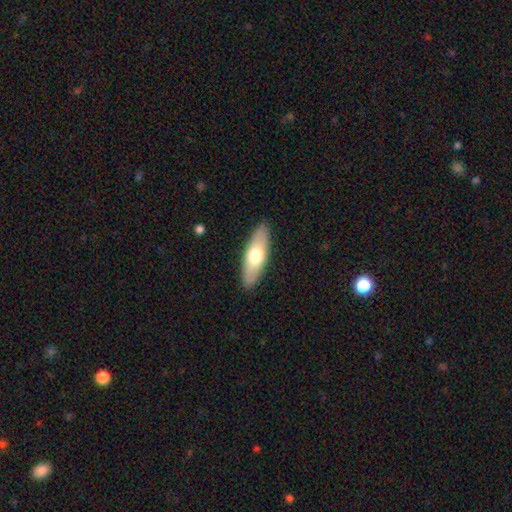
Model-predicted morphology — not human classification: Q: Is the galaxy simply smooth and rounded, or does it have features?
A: smooth — 63%.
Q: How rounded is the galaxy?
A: in between — 59%.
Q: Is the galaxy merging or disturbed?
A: none — 89%.